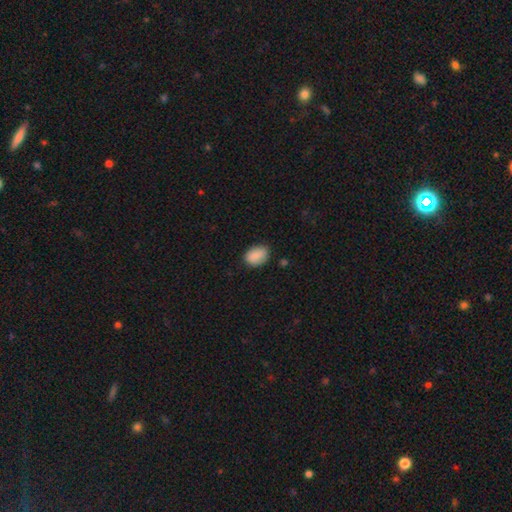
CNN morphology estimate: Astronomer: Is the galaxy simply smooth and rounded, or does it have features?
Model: smooth — 86%.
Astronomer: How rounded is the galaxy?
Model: in between — 75%.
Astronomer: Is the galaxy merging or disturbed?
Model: none — 78%.